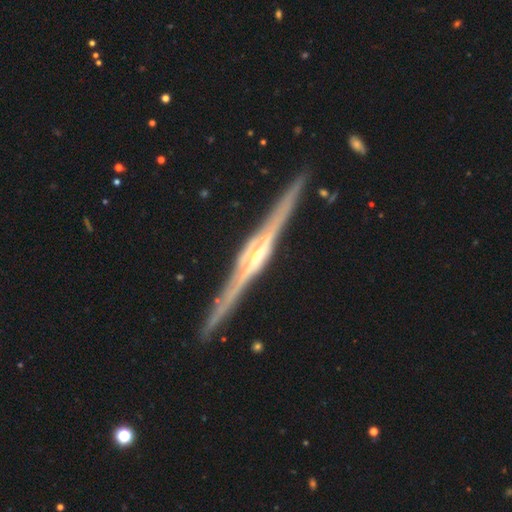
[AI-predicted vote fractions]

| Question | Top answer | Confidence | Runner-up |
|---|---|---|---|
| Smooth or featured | featured or disk | 91% | star or artifact (5%) |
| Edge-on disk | yes | 98% | no (2%) |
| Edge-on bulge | rounded | 58% | boxy (32%) |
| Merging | none | 91% | minor disturbance (6%) |